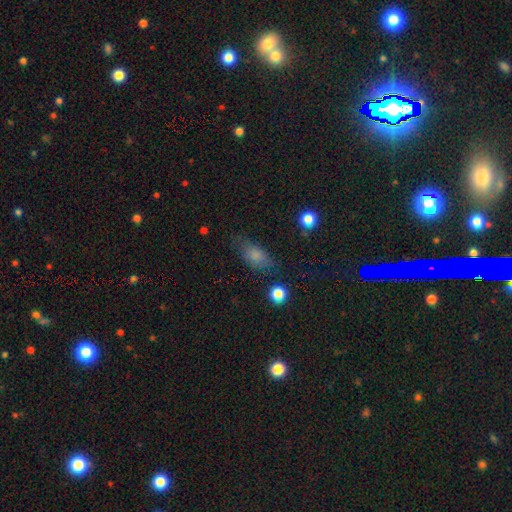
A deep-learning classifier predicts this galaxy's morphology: Smooth or featured?
  - smooth: 78% *
  - featured or disk: 11%
  - star or artifact: 11%
How rounded?
  - in between: 84% *
  - cigar-shaped: 9%
  - round: 7%
Merging?
  - none: 65% *
  - minor disturbance: 24%
  - major disturbance: 8%
  - merger: 2%